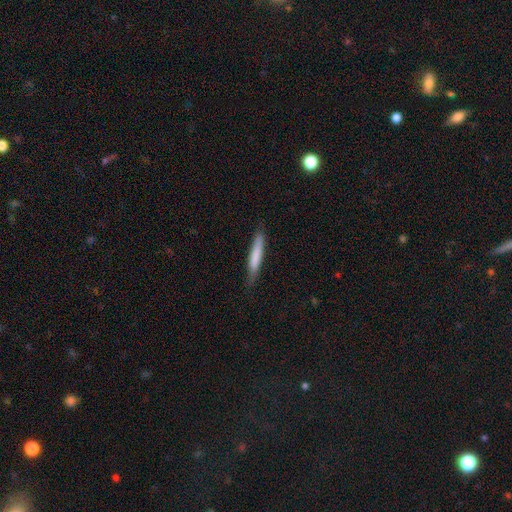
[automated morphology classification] type=smooth (74%); roundness=cigar-shaped (93%); merging=none (81%).